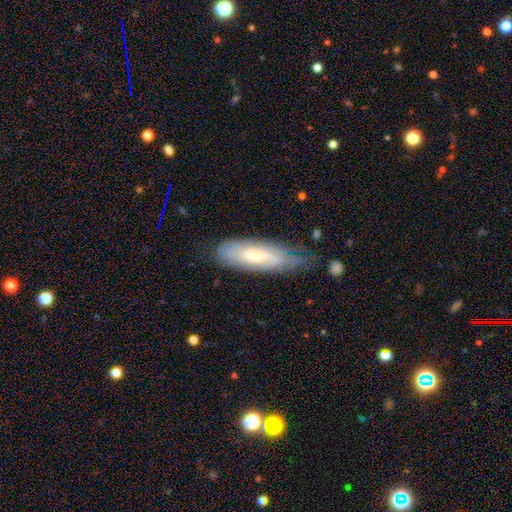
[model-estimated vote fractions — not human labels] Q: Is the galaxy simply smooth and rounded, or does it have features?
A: smooth — 47%.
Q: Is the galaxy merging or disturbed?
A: none — 59%.